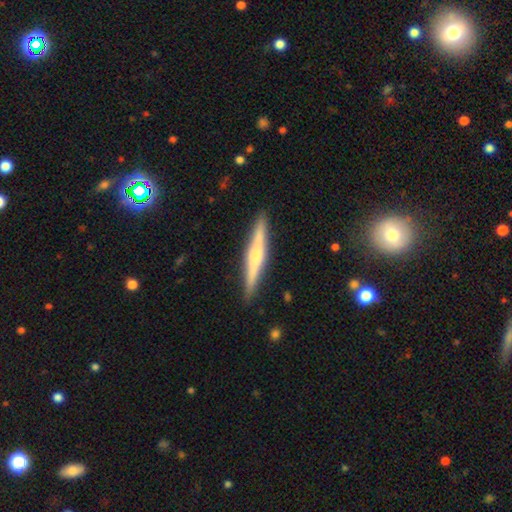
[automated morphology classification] Smooth or featured? Predicted: featured or disk (p=0.62). Edge-on disk? Predicted: yes (p=0.98). Edge-on bulge? Predicted: rounded (p=0.73). Merging? Predicted: none (p=0.90).